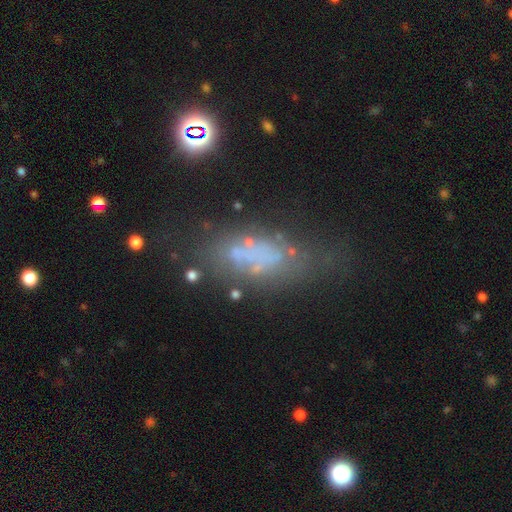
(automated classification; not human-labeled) A featured or disk galaxy (41%).

Vote fractions:
- Smooth or featured? featured or disk: 41% / smooth: 37% / star or artifact: 21%
- Merging? none: 47% / minor disturbance: 23% / major disturbance: 21% / merger: 9%